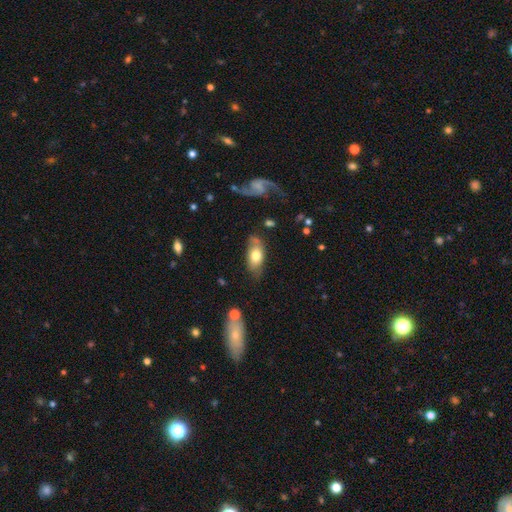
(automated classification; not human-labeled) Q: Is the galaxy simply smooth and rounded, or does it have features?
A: smooth — 65%.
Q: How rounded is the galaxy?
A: in between — 87%.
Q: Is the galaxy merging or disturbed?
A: none — 61%.